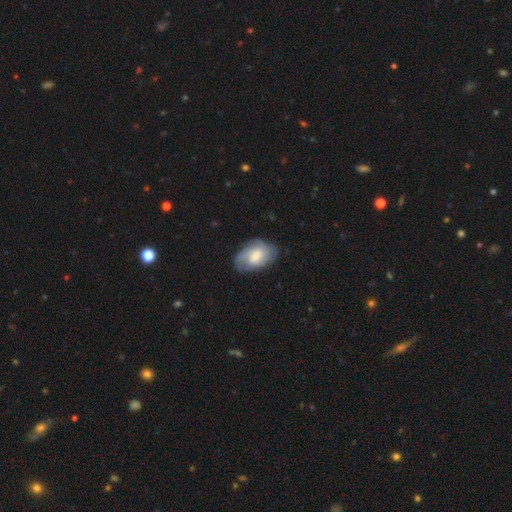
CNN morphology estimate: A smooth galaxy with no disk features (51%) that is in between round and cigar-shaped (90%).

Vote fractions:
- Smooth or featured? smooth: 51% / featured or disk: 42% / star or artifact: 6%
- How rounded? in between: 90% / round: 8% / cigar-shaped: 2%
- Merging? none: 68% / minor disturbance: 23% / major disturbance: 7% / merger: 2%